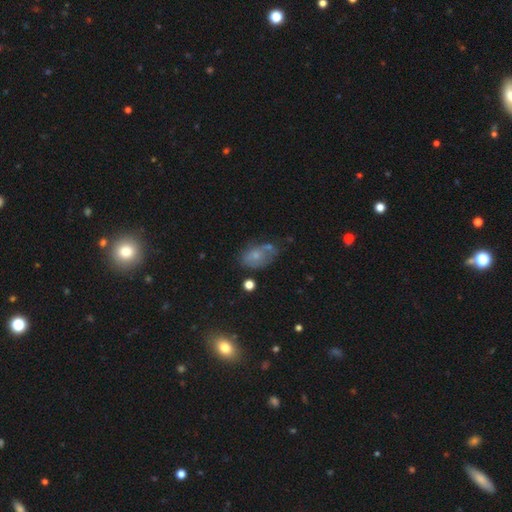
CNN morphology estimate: Q: Smooth or featured?
A: smooth (61%); runner-up: featured or disk (26%)
Q: How rounded?
A: in between (81%); runner-up: round (17%)
Q: Merging?
A: none (42%); runner-up: minor disturbance (29%)